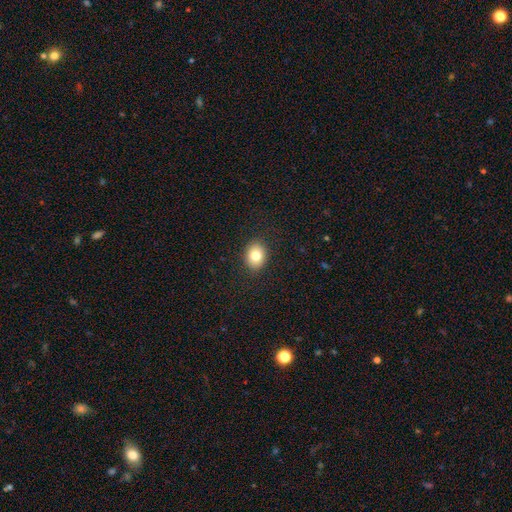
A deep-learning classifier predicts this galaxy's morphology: This appears to be a smooth galaxy with no disk features (81%) that is in between round and cigar-shaped (59%). Merging: none (89%).